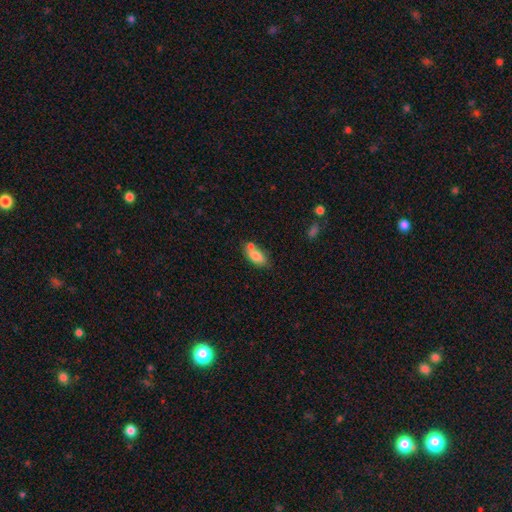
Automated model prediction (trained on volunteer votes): Smooth or featured?
  - smooth: 77% *
  - featured or disk: 15%
  - star or artifact: 8%
How rounded?
  - in between: 86% *
  - cigar-shaped: 9%
  - round: 5%
Merging?
  - none: 50% *
  - merger: 30%
  - minor disturbance: 16%
  - major disturbance: 5%